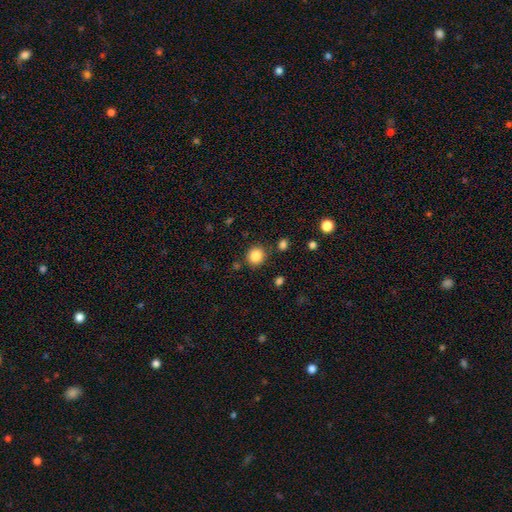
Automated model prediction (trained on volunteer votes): smooth 86%, star or artifact 10%, featured or disk 4%. Down the decision tree: how rounded — round (87%); merging — none (84%).